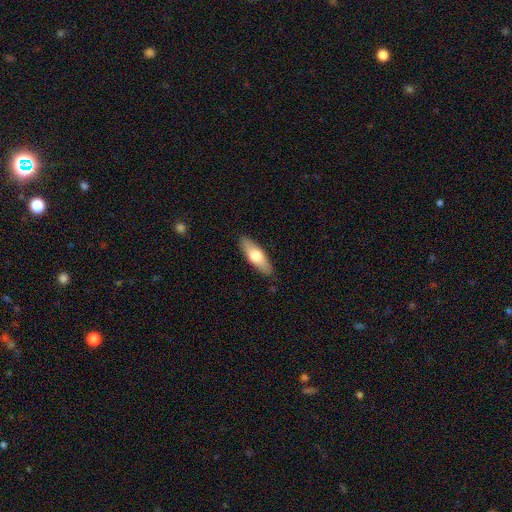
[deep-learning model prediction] Smooth or featured?
  - smooth: 65% *
  - featured or disk: 30%
  - star or artifact: 5%
How rounded?
  - in between: 58% *
  - cigar-shaped: 40%
  - round: 2%
Merging?
  - none: 87% *
  - minor disturbance: 10%
  - major disturbance: 2%
  - merger: 1%